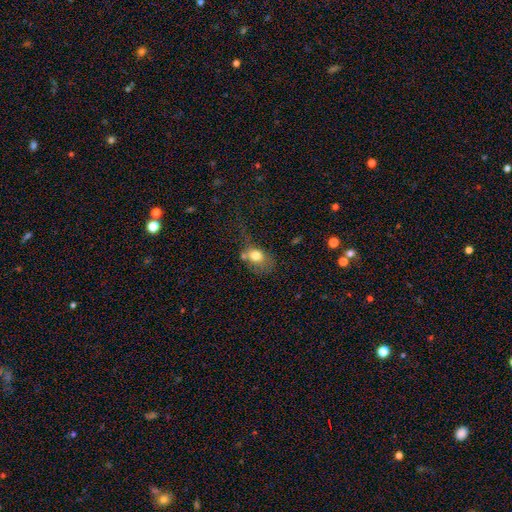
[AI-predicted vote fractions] Morphology: type=smooth (74%); roundness=in between (64%); merging=none (30%).